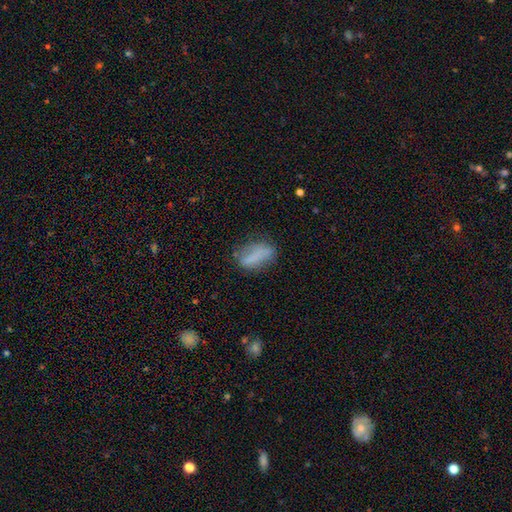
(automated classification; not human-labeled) A smooth galaxy with no disk features (71%) that is in between round and cigar-shaped (79%). Merging: none (59%).